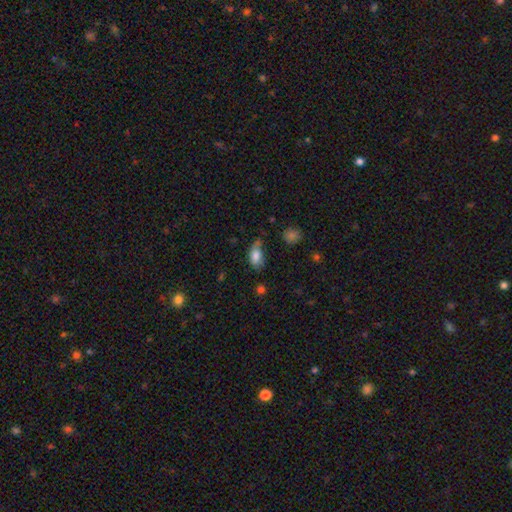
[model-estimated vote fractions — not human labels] Q: Smooth or featured?
A: smooth (80%); runner-up: featured or disk (12%)
Q: How rounded?
A: in between (90%); runner-up: round (6%)
Q: Merging?
A: none (42%); runner-up: minor disturbance (39%)